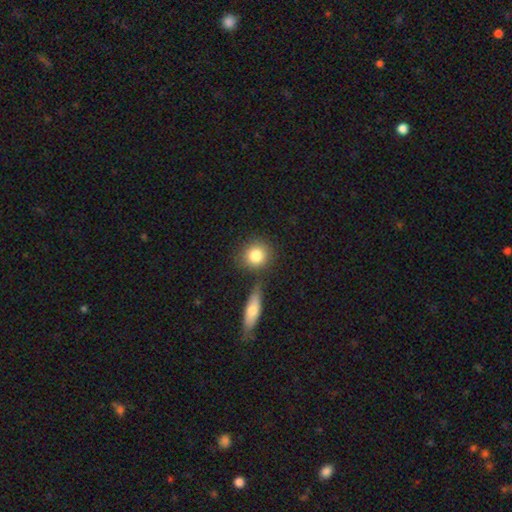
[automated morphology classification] The model was most divided on "merging": none: 74%, merger: 14%, minor disturbance: 10%, major disturbance: 3%. More confident: how rounded — round (86%); smooth or featured — smooth (83%).